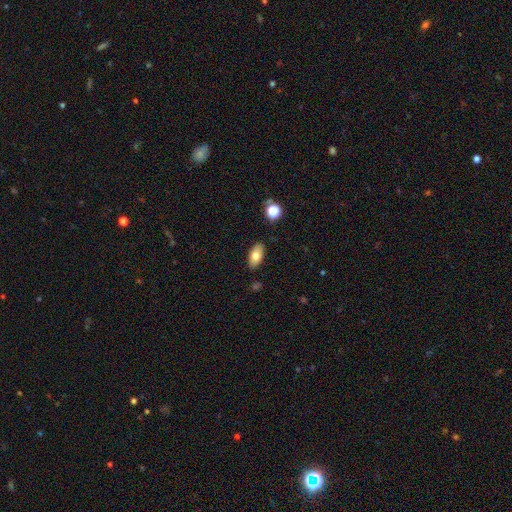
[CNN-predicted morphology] A smooth galaxy with no disk features (76%) that is in between round and cigar-shaped (91%).

Vote fractions:
- Smooth or featured? smooth: 76% / featured or disk: 16% / star or artifact: 8%
- How rounded? in between: 91% / cigar-shaped: 5% / round: 5%
- Merging? none: 86% / minor disturbance: 10% / major disturbance: 2% / merger: 2%